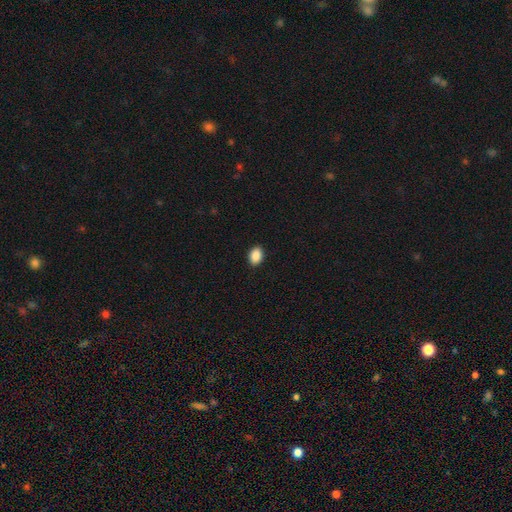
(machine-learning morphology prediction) Smooth or featured? Predicted: smooth (p=0.89). How rounded? Predicted: in between (p=0.79). Merging? Predicted: none (p=0.90).